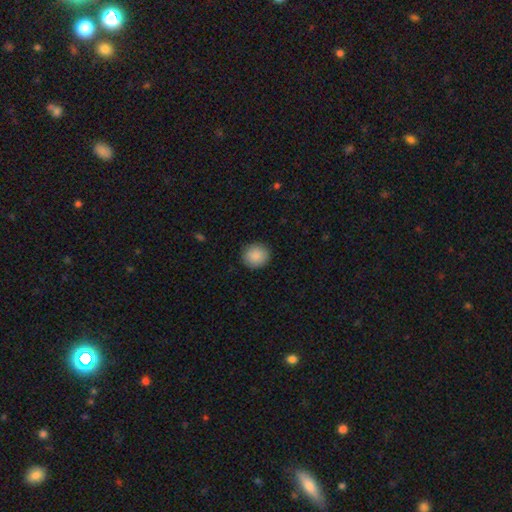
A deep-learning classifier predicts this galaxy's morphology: The model was most divided on "how rounded": round: 89%, in between: 10%, cigar-shaped: 1%. More confident: merging — none (91%); smooth or featured — smooth (89%).